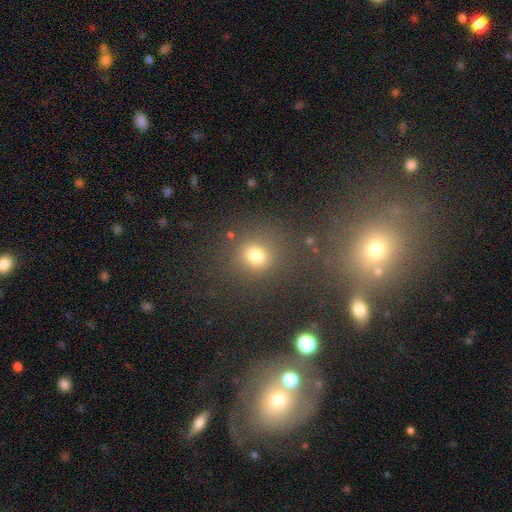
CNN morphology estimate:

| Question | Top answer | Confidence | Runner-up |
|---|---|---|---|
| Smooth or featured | smooth | 72% | star or artifact (20%) |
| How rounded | round | 78% | in between (20%) |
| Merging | none | 73% | minor disturbance (12%) |